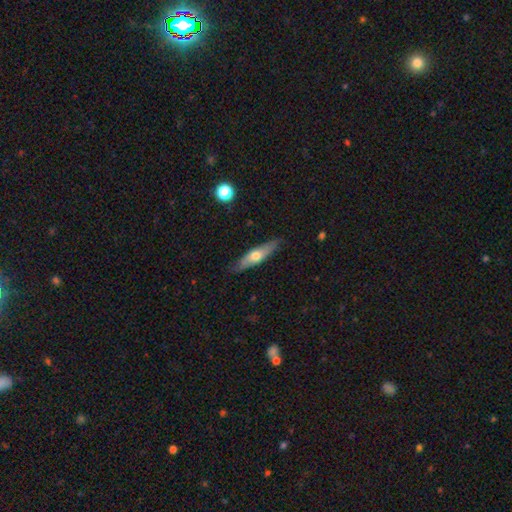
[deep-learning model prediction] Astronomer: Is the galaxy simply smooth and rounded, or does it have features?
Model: smooth — 51% (runner-up: featured or disk, 43%).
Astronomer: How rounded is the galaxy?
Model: cigar-shaped — 65%.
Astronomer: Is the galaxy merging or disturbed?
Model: none — 82%.